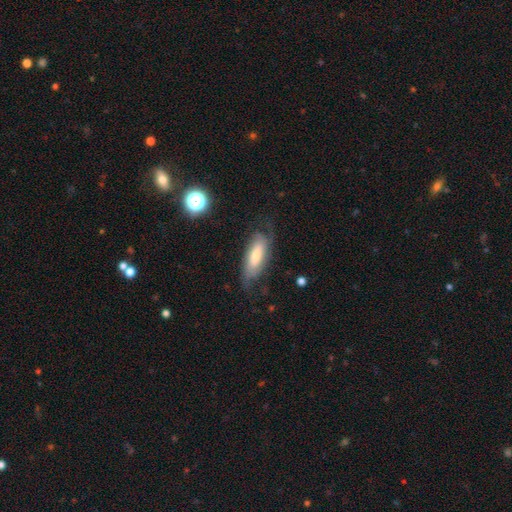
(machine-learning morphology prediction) Smooth or featured? Predicted: featured or disk (p=0.48). Merging? Predicted: none (p=0.60).